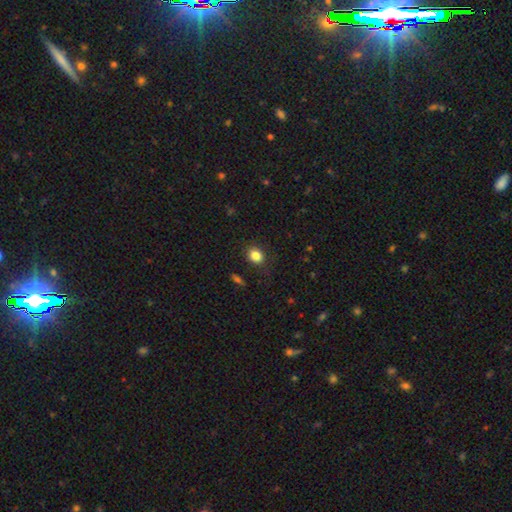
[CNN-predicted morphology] A smooth galaxy with no disk features (84%) that is round (58%).

Vote fractions:
- Smooth or featured? smooth: 84% / star or artifact: 11% / featured or disk: 5%
- How rounded? round: 58% / in between: 41% / cigar-shaped: 1%
- Merging? none: 83% / minor disturbance: 12% / major disturbance: 4% / merger: 1%